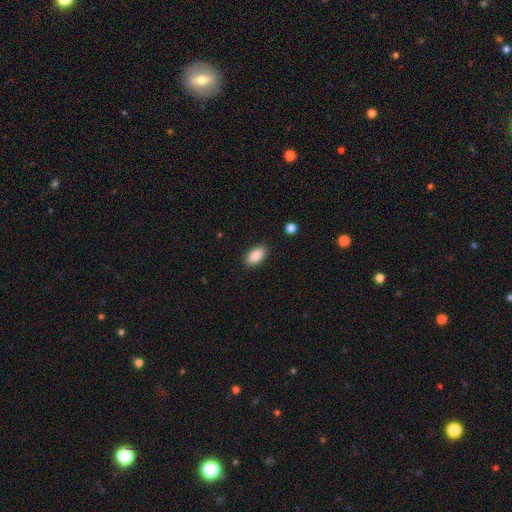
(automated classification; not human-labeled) smooth 88%, star or artifact 7%, featured or disk 5%. Down the decision tree: how rounded — in between (92%); merging — none (89%).